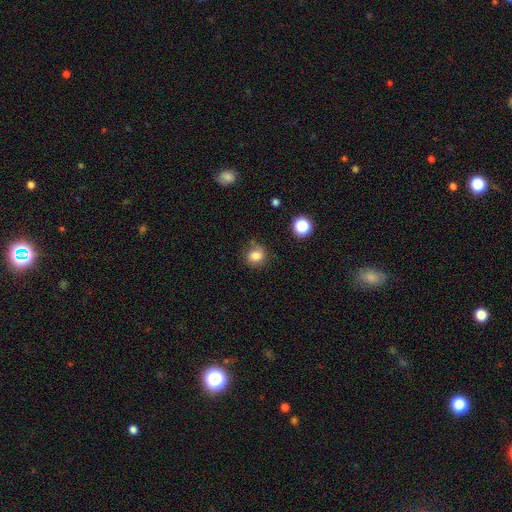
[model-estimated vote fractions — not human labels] smooth-or-featured: smooth: 81% | star or artifact: 12% | featured or disk: 7%
  how-rounded: round: 73% | in between: 26% | cigar-shaped: 1%
  merging: none: 74% | minor disturbance: 18% | major disturbance: 5% | merger: 3%